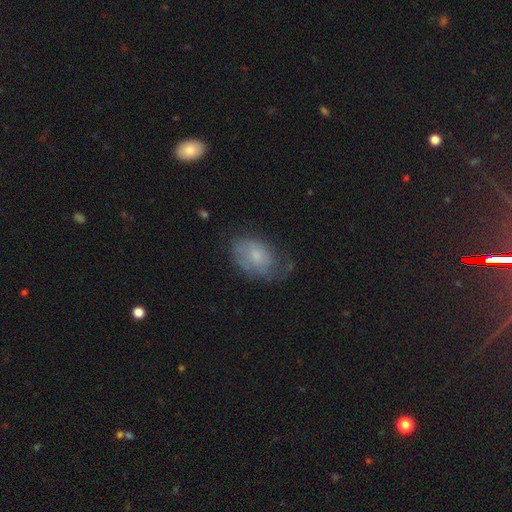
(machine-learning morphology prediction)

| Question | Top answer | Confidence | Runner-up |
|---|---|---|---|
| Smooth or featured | smooth | 56% | featured or disk (35%) |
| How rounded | in between | 84% | round (15%) |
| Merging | none | 47% | minor disturbance (32%) |